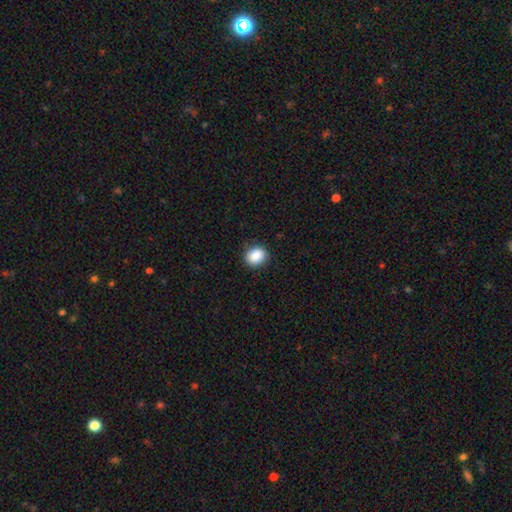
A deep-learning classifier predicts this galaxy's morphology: smooth 87%, star or artifact 9%, featured or disk 4%. Down the decision tree: how rounded — round (59%); merging — none (88%).